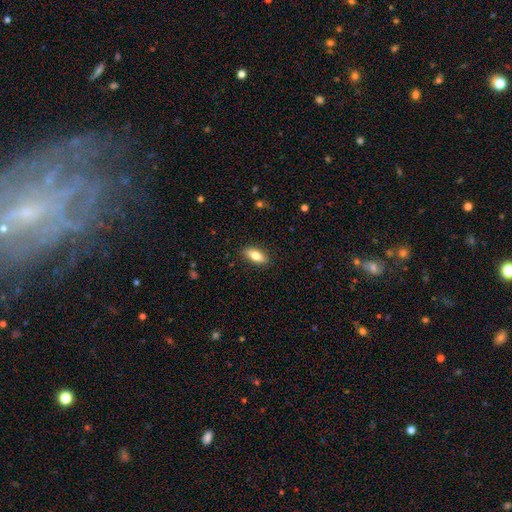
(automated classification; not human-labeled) Overall: smooth (75%). How rounded: in between (79%). Merging: none (88%).